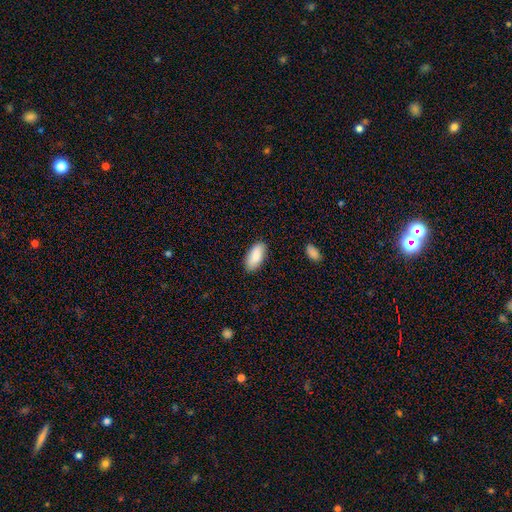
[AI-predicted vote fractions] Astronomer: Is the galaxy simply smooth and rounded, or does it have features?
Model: smooth — 86%.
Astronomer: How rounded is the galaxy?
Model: in between — 90%.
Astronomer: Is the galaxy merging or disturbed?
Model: none — 86%.